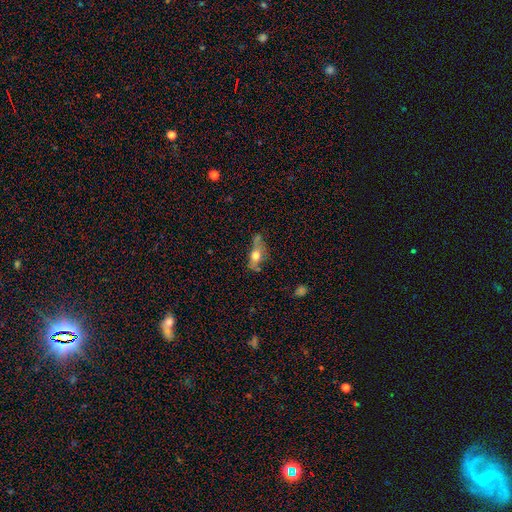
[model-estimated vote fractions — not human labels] A smooth galaxy with no disk features (58%) that is in between round and cigar-shaped (71%). Merging: none (44%).